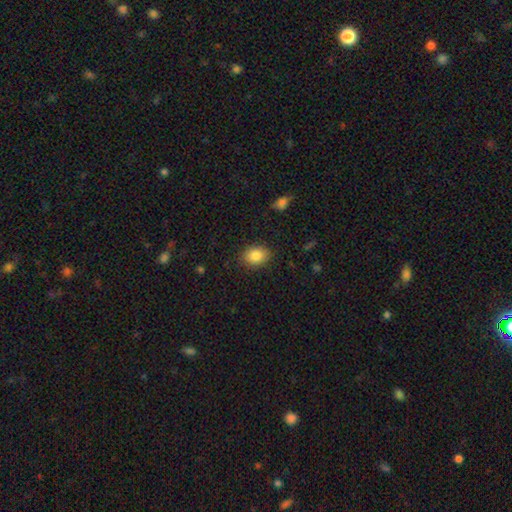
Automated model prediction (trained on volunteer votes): This appears to be a smooth galaxy with no disk features (86%) that is in between round and cigar-shaped (69%). Merging: none (85%).